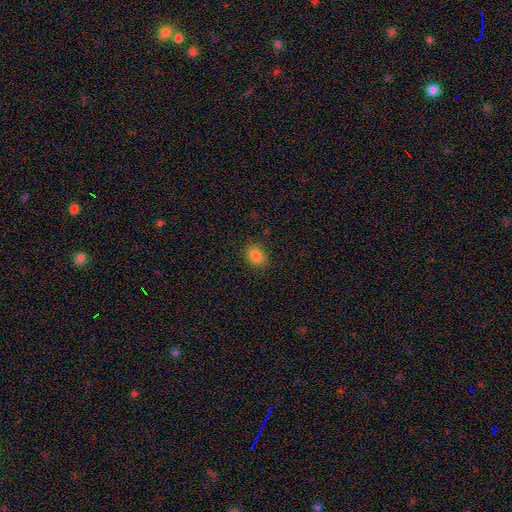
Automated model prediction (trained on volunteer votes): smooth_or_featured: smooth (p=0.84) [alt: star or artifact p=0.11]
how_rounded: in between (p=0.55) [alt: round p=0.44]
merging: none (p=0.87) [alt: minor disturbance p=0.09]